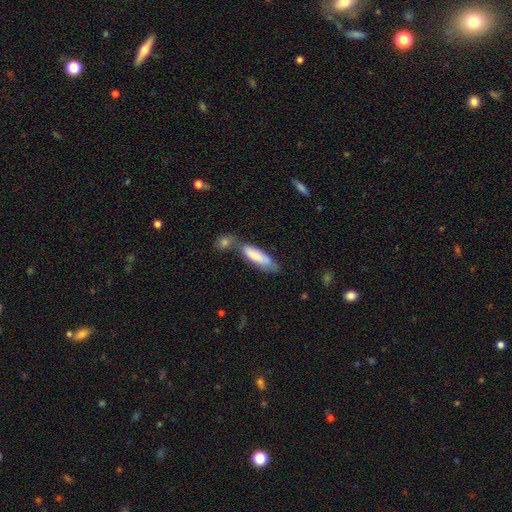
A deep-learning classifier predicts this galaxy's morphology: A smooth galaxy with no disk features (80%) that is cigar-shaped (51%). Merging: none (46%).